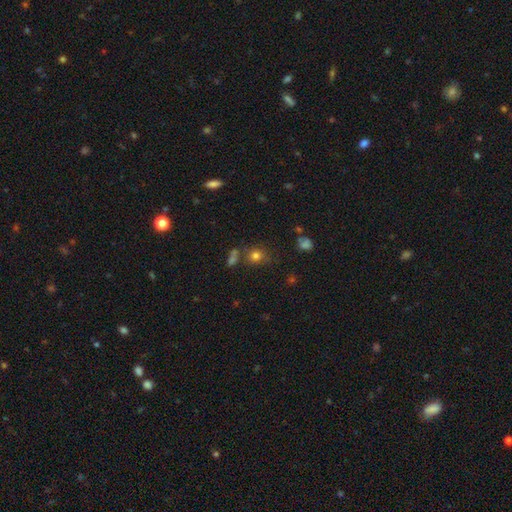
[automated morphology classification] Q: Smooth or featured?
A: smooth (77%); runner-up: star or artifact (15%)
Q: How rounded?
A: round (81%); runner-up: in between (18%)
Q: Merging?
A: none (70%); runner-up: minor disturbance (13%)